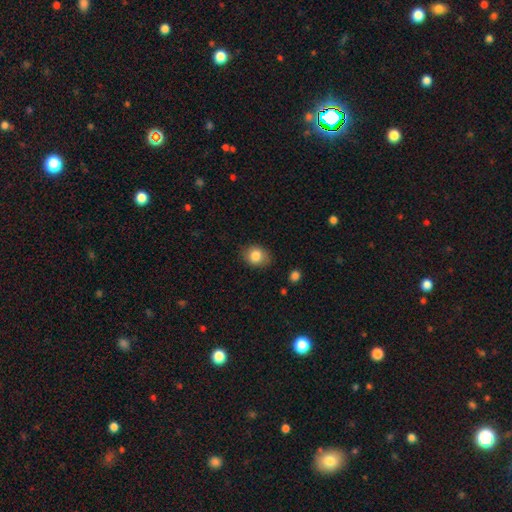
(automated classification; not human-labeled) smooth-or-featured: smooth: 83% | star or artifact: 9% | featured or disk: 8%
  how-rounded: round: 51% | in between: 48% | cigar-shaped: 1%
  merging: none: 81% | minor disturbance: 14% | major disturbance: 3% | merger: 1%